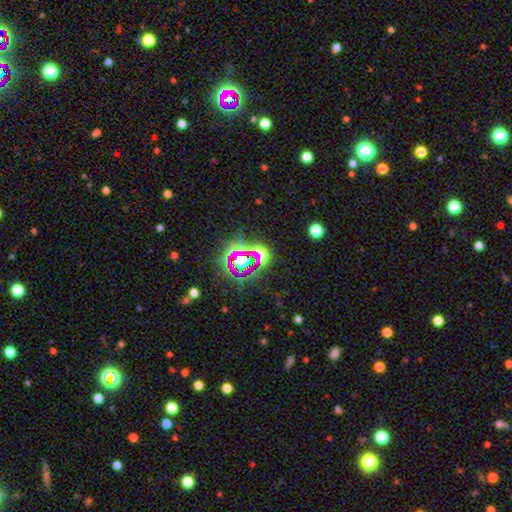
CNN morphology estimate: This is likely a star or artifact rather than a galaxy (75%).